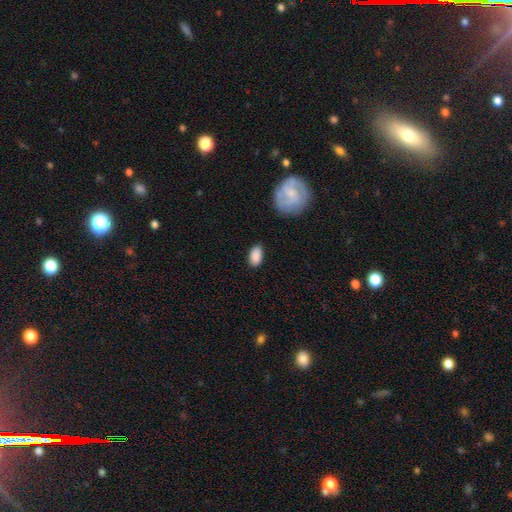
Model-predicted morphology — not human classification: A smooth galaxy with no disk features (88%) that is in between round and cigar-shaped (93%).

Vote fractions:
- Smooth or featured? smooth: 88% / star or artifact: 7% / featured or disk: 5%
- How rounded? in between: 93% / round: 5% / cigar-shaped: 2%
- Merging? none: 83% / minor disturbance: 12% / major disturbance: 3% / merger: 2%